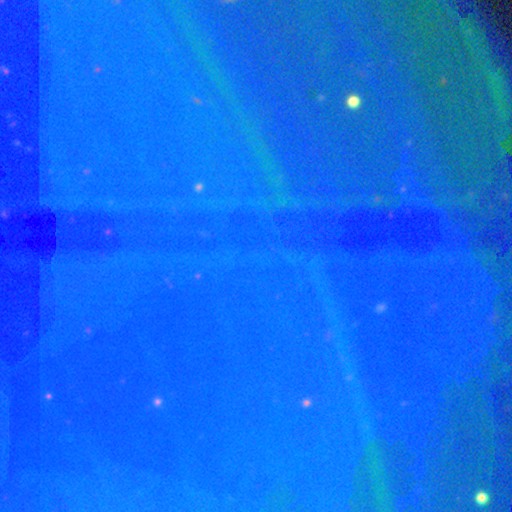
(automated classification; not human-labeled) smooth-or-featured: star or artifact: 82% | smooth: 10% | featured or disk: 8%